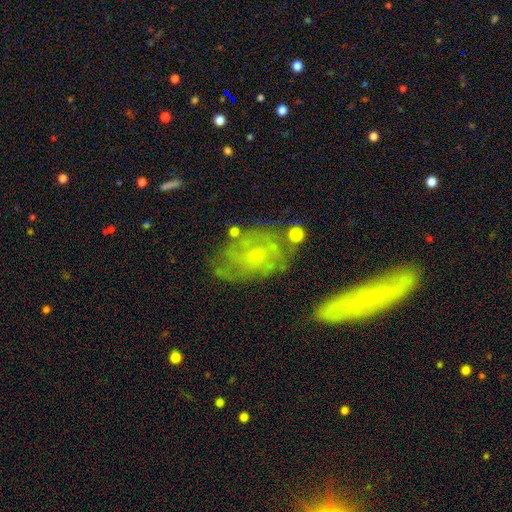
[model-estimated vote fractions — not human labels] Smooth or featured? featured or disk (66%)
Edge-on disk? no (95%)
Bar? no (76%)
Spiral arms? yes (66%)
Bulge size? small (66%)
Merging? none (60%)